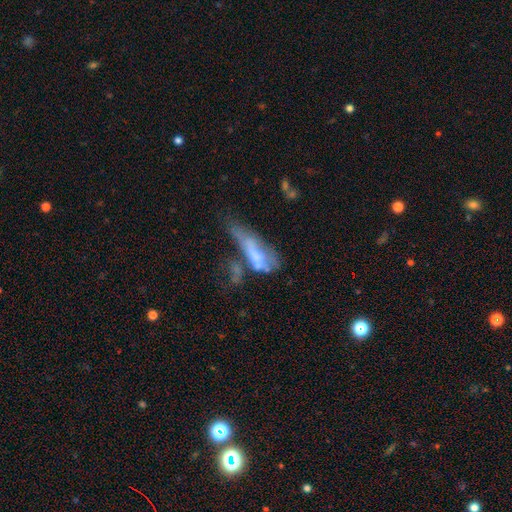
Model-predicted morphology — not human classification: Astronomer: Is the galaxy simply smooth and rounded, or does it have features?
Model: featured or disk — 46% (runner-up: smooth, 43%).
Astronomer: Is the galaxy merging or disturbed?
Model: major disturbance — 39% (runner-up: merger, 25%).